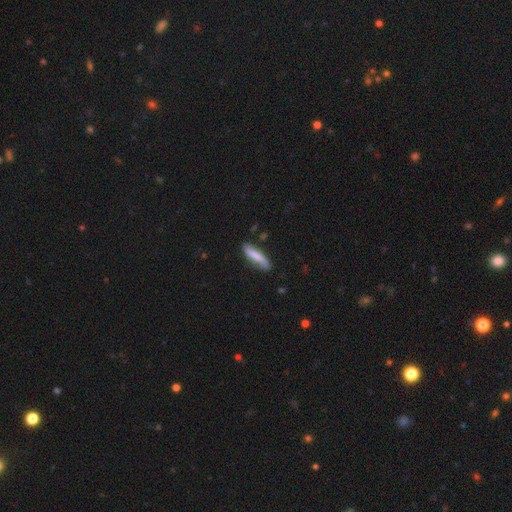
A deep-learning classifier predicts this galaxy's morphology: This is likely a smooth galaxy (62%). How rounded: likely cigar-shaped (73%). Merging: likely none (70%).